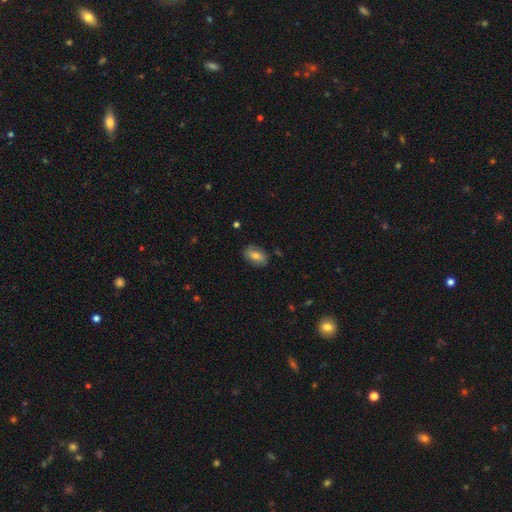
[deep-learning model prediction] This is likely a smooth galaxy (68%). How rounded: clearly in between (88%). Merging: clearly none (83%).